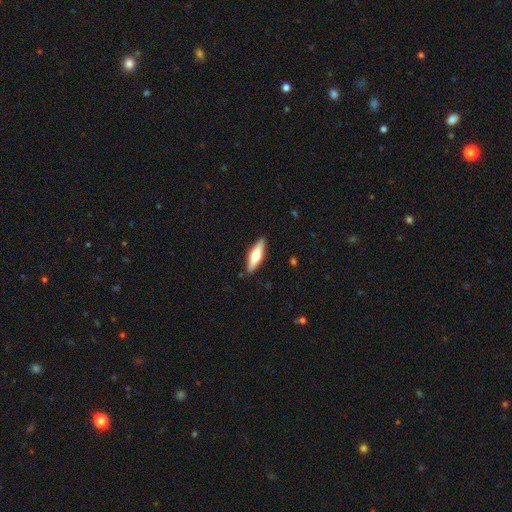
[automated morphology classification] A smooth galaxy with no disk features (56%) that is cigar-shaped (61%). Merging: none (88%).